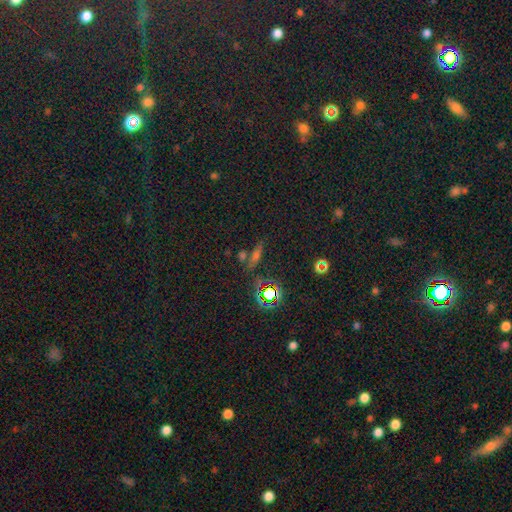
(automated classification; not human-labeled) Q: Smooth or featured?
A: star or artifact (42%); runner-up: smooth (34%)